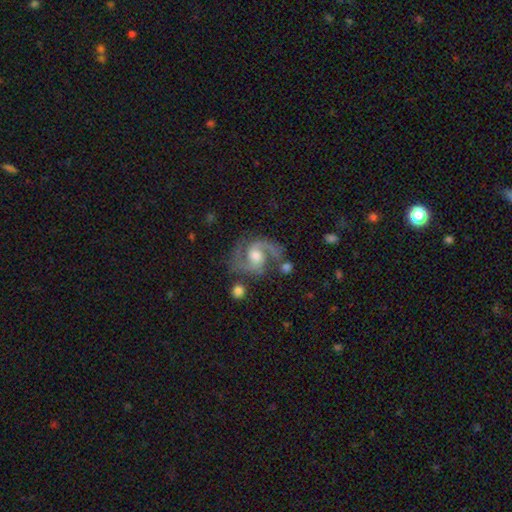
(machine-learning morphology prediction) This is clearly a featured or disk galaxy (91%). It is clearly not viewed edge-on (98%). Bar: possibly no (49%). Spiral arm pattern: clearly yes (98%). Spiral arm count: clearly 2 (93%). Spiral winding: likely medium (64%). Central bulge: likely moderate (61%). Merging: likely none (71%).